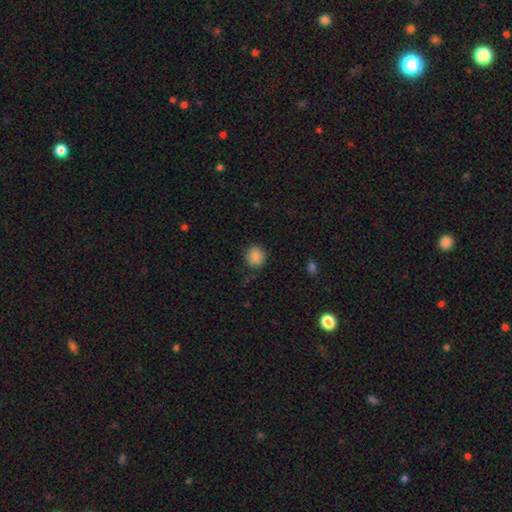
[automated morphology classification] The model was most divided on "how rounded": round: 86%, in between: 13%, cigar-shaped: 1%. More confident: smooth or featured — smooth (87%); merging — none (86%).